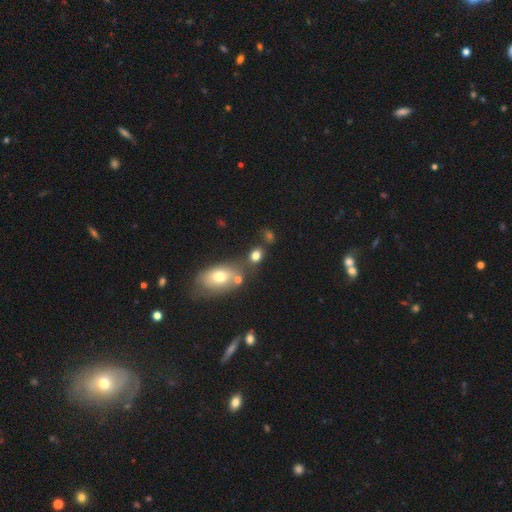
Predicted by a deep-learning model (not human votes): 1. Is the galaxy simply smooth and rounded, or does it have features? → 77% smooth, 14% star or artifact, 9% featured or disk.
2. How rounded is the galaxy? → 61% in between, 36% round, 3% cigar-shaped.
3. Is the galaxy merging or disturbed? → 60% none, 21% merger, 13% minor disturbance, 6% major disturbance.